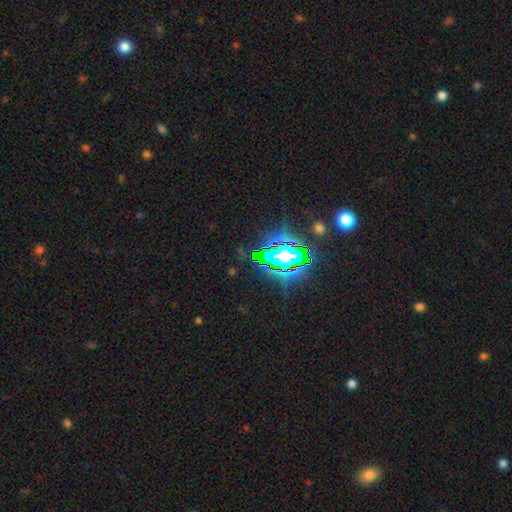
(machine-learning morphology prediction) type=star or artifact (84%).